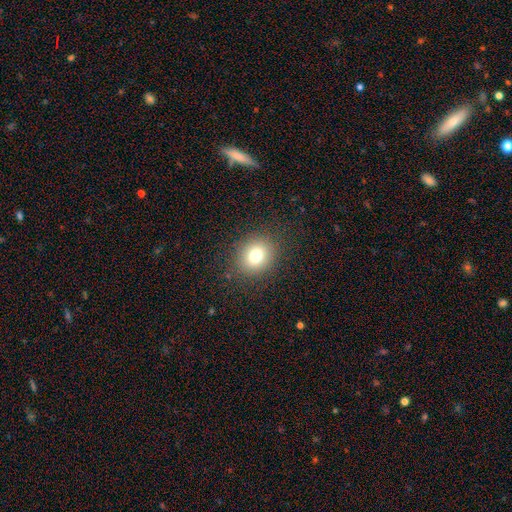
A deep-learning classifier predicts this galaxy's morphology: smooth_or_featured: smooth (p=0.76) [alt: star or artifact p=0.14]
how_rounded: round (p=0.70) [alt: in between p=0.29]
merging: none (p=0.87) [alt: minor disturbance p=0.08]